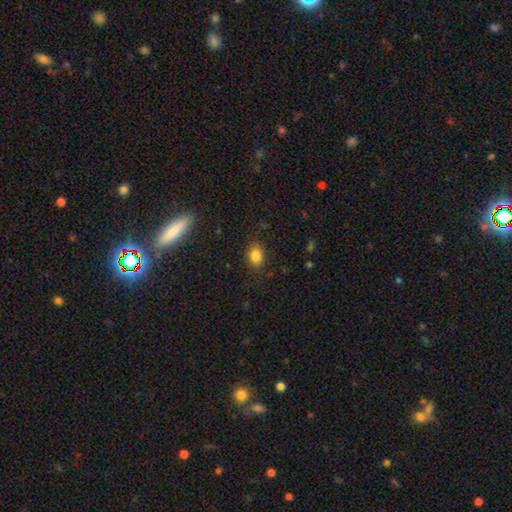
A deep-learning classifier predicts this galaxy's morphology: Smooth or featured? smooth (84%)
How rounded? in between (67%)
Merging? none (85%)